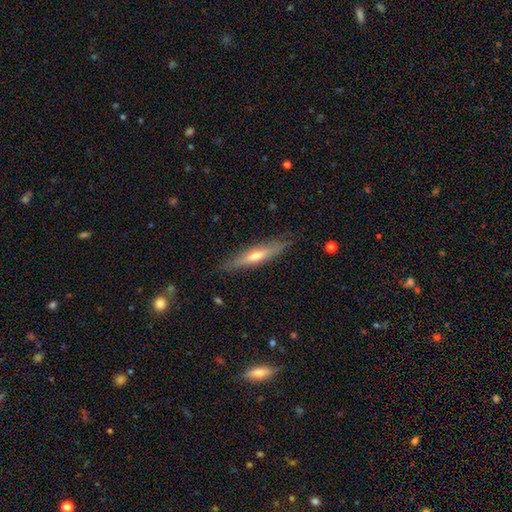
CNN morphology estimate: type=featured or disk (56%); edge-on=yes (90%); edge-on bulge=rounded (81%); merging=none (86%).